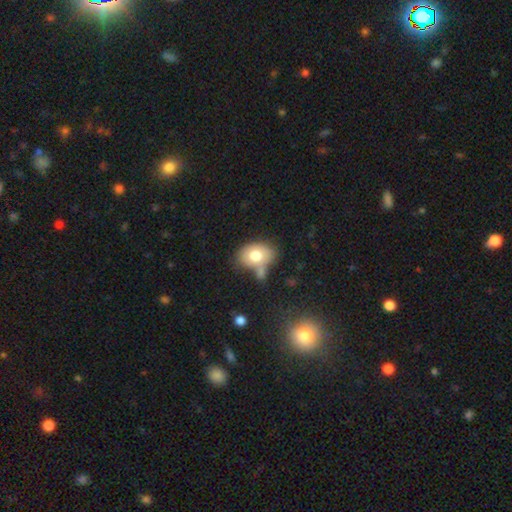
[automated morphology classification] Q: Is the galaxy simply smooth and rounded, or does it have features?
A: smooth — 74%.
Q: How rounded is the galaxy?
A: in between — 75%.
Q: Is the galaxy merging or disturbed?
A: none — 46%.